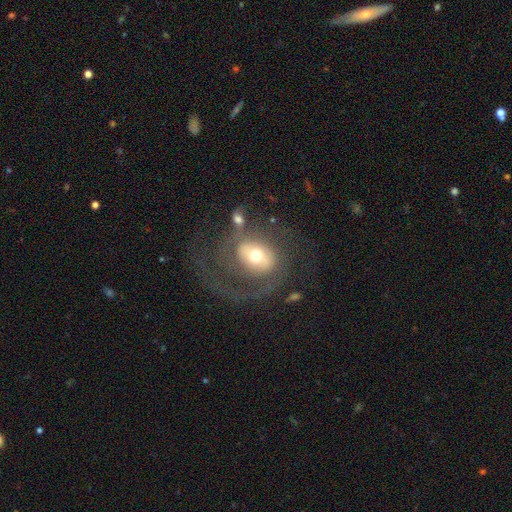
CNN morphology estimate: Smooth or featured: featured or disk — 55% (smooth — 37%)
Edge-on disk: no — 95% (yes — 5%)
Bar: no — 56% (weak — 29%)
Spiral arms: yes — 54% (no — 46%)
Bulge size: moderate — 68% (small — 16%)
Merging: none — 41% (major disturbance — 33%)